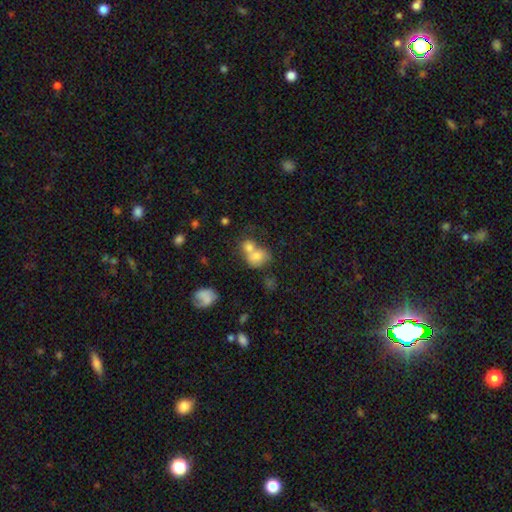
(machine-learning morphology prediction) smooth 73%, featured or disk 15%, star or artifact 12%. Down the decision tree: how rounded — round (50%); merging — merger (62%).